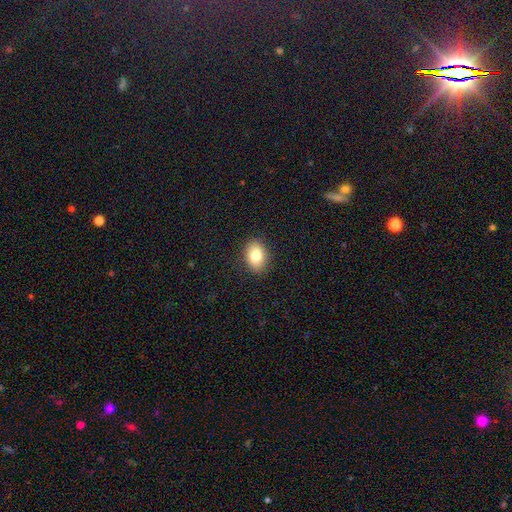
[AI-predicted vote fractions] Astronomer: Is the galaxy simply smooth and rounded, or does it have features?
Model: smooth — 81%.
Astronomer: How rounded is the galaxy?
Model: in between — 78%.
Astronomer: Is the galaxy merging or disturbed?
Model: none — 89%.